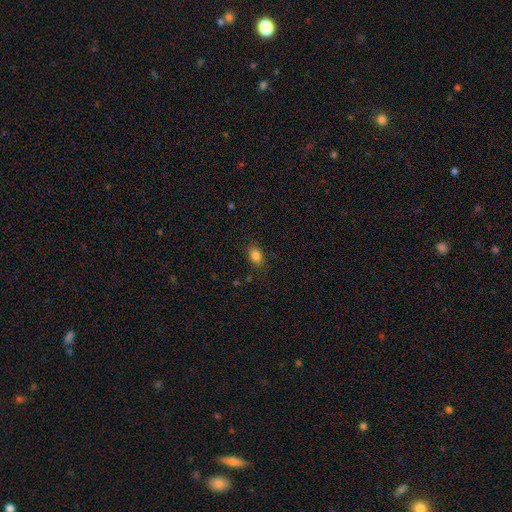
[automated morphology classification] smooth_or_featured: smooth (p=0.84) [alt: star or artifact p=0.10]
how_rounded: in between (p=0.79) [alt: round p=0.19]
merging: none (p=0.84) [alt: minor disturbance p=0.12]